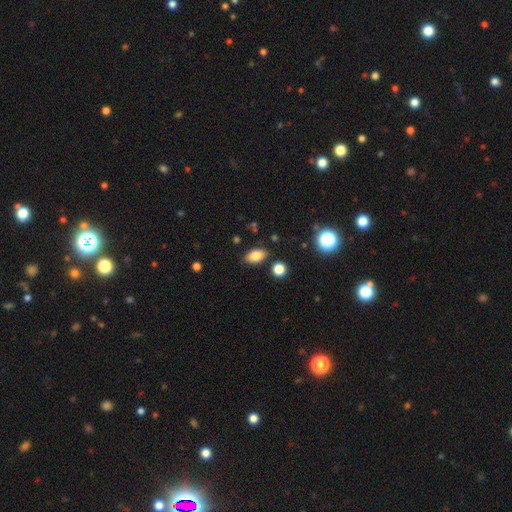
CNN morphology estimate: This is clearly a smooth galaxy (82%). How rounded: clearly in between (88%). Merging: clearly none (84%).